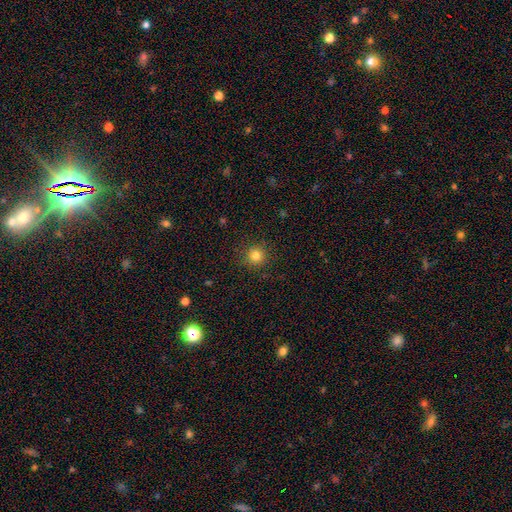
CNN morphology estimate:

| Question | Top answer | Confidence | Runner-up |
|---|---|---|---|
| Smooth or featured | smooth | 81% | star or artifact (13%) |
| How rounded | round | 94% | in between (5%) |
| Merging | none | 91% | minor disturbance (6%) |